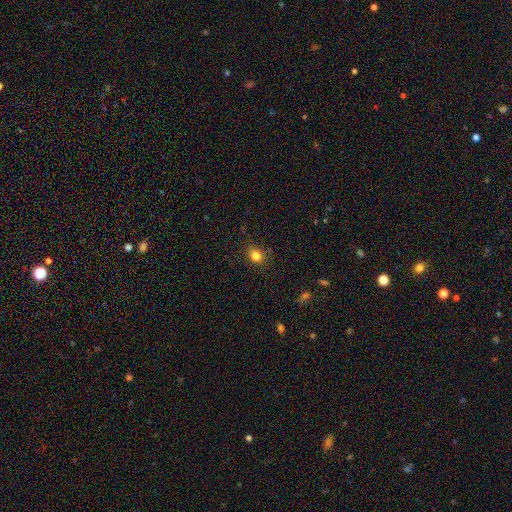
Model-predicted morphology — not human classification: A smooth galaxy with no disk features (82%) that is round (62%).

Vote fractions:
- Smooth or featured? smooth: 82% / star or artifact: 13% / featured or disk: 5%
- How rounded? round: 62% / in between: 37% / cigar-shaped: 1%
- Merging? none: 84% / minor disturbance: 12% / major disturbance: 3% / merger: 1%